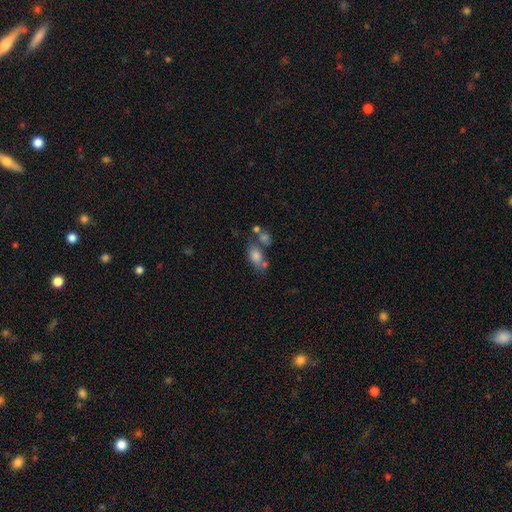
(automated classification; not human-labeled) Smooth or featured: smooth — 76% (featured or disk — 14%)
How rounded: in between — 83% (round — 13%)
Merging: none — 47% (merger — 29%)